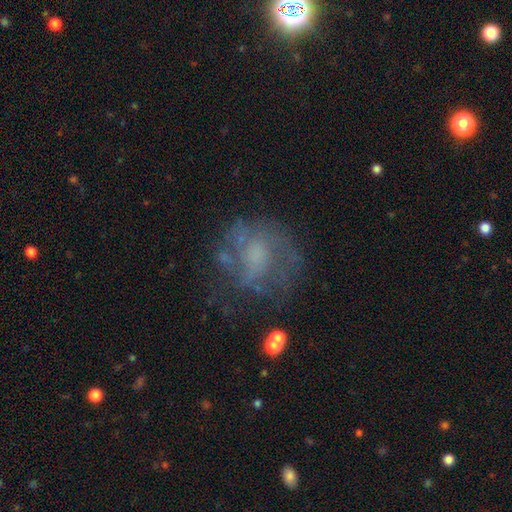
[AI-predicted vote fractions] Morphology: type=featured or disk (55%); edge-on=no (97%); bar=no (76%); spiral arms=no (51%); bulge=none (40%); merging=none (54%).